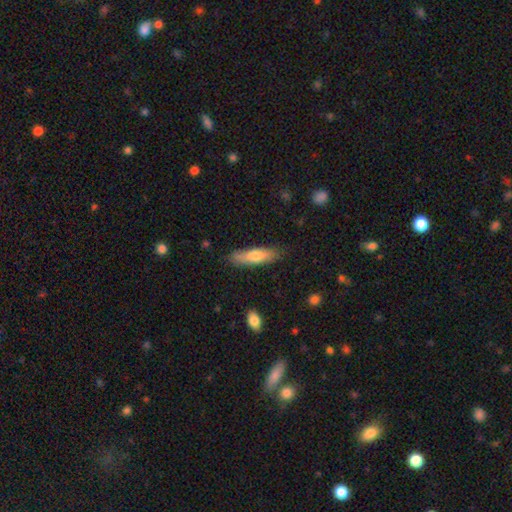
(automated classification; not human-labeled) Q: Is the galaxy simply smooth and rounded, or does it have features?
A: smooth — 71%.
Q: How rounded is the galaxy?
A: cigar-shaped — 63%.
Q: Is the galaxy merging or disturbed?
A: none — 80%.